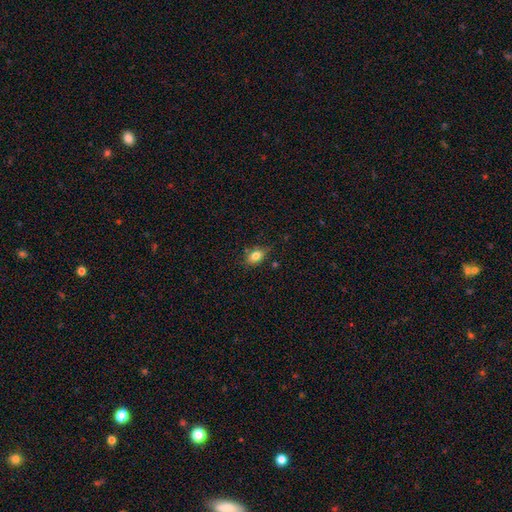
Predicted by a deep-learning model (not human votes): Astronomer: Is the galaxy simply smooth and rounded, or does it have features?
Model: smooth — 80%.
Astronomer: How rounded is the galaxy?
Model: in between — 77%.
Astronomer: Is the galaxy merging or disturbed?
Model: none — 67%.